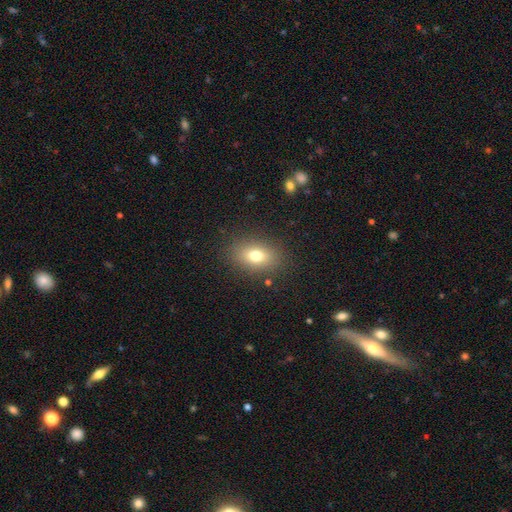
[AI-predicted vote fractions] A smooth galaxy with no disk features (73%) that is in between round and cigar-shaped (71%). Merging: none (86%).